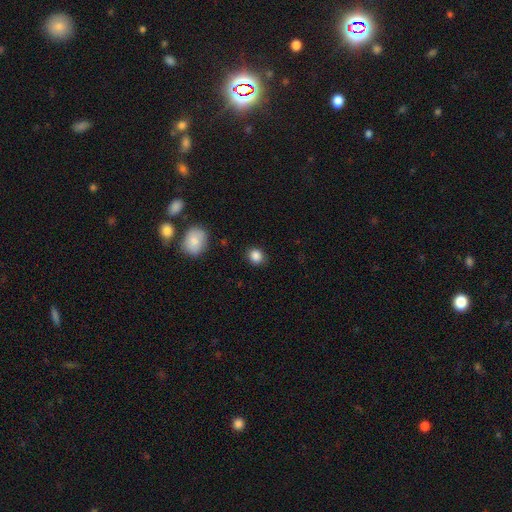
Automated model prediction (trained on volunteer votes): smooth 87%, star or artifact 10%, featured or disk 4%. Down the decision tree: how rounded — round (71%); merging — none (85%).